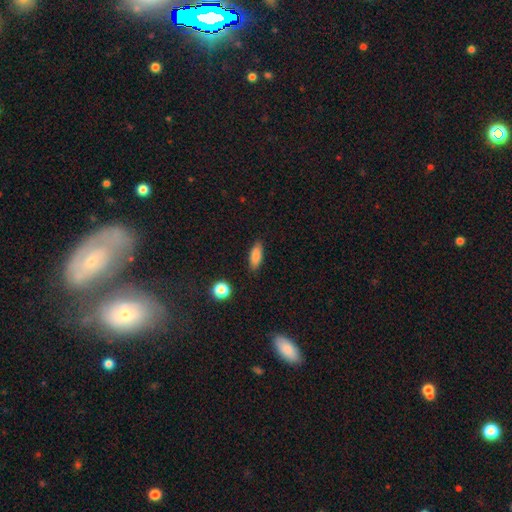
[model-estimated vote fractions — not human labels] smooth 83%, featured or disk 9%, star or artifact 8%. Down the decision tree: how rounded — in between (71%); merging — none (86%).